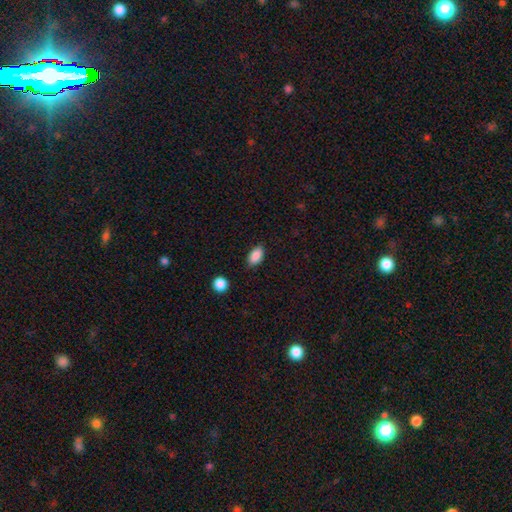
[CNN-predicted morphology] type=smooth (88%); roundness=in between (91%); merging=none (84%).